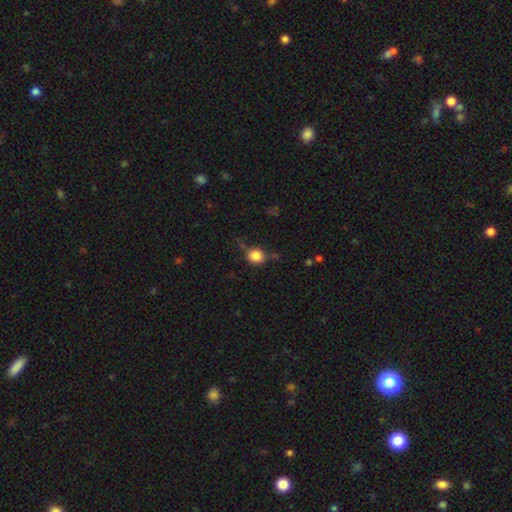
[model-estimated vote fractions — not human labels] smooth 84%, star or artifact 11%, featured or disk 6%. Down the decision tree: how rounded — round (87%); merging — none (70%).